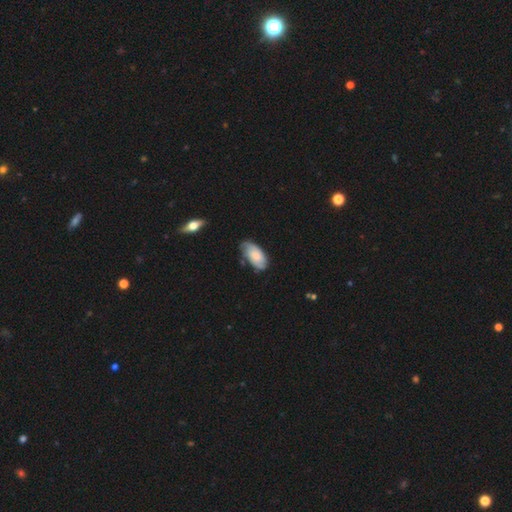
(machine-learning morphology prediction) Smooth or featured? smooth (54%)
How rounded? in between (92%)
Merging? none (63%)